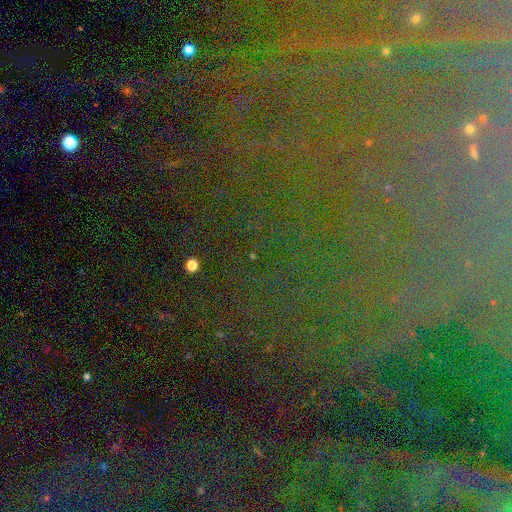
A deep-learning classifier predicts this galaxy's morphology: This appears to be a star or artifact, not a galaxy (76%).